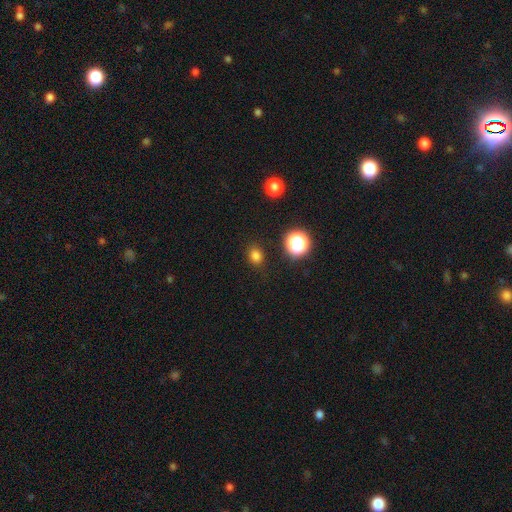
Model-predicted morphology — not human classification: A smooth galaxy with no disk features (79%) that is round (63%).

Vote fractions:
- Smooth or featured? smooth: 79% / star or artifact: 17% / featured or disk: 4%
- How rounded? round: 63% / in between: 36% / cigar-shaped: 1%
- Merging? none: 87% / minor disturbance: 9% / major disturbance: 3% / merger: 1%